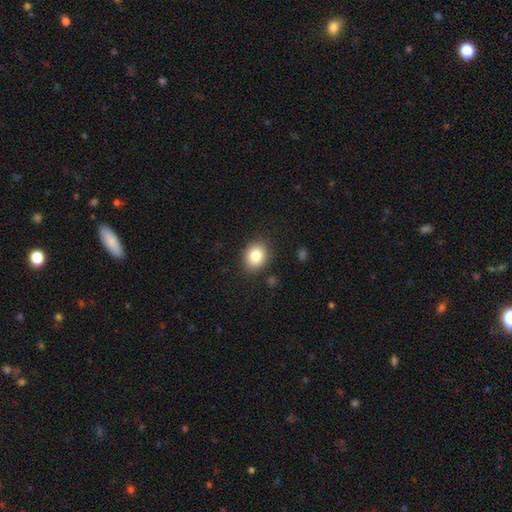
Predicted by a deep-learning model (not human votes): Morphology: type=smooth (82%); roundness=round (52%); merging=none (86%).